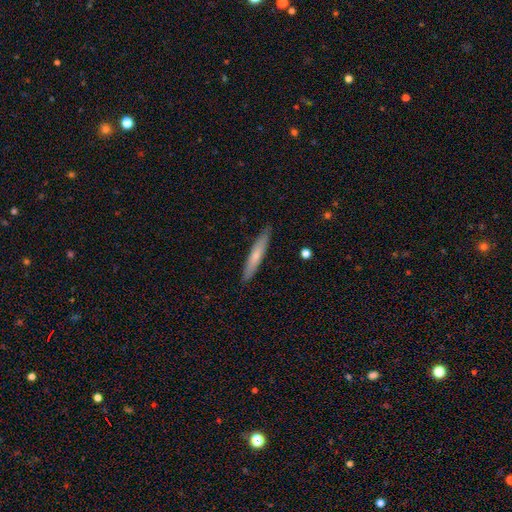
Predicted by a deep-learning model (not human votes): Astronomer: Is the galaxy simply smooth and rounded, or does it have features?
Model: smooth — 62%.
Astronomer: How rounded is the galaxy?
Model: cigar-shaped — 92%.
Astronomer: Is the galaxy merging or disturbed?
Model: none — 89%.